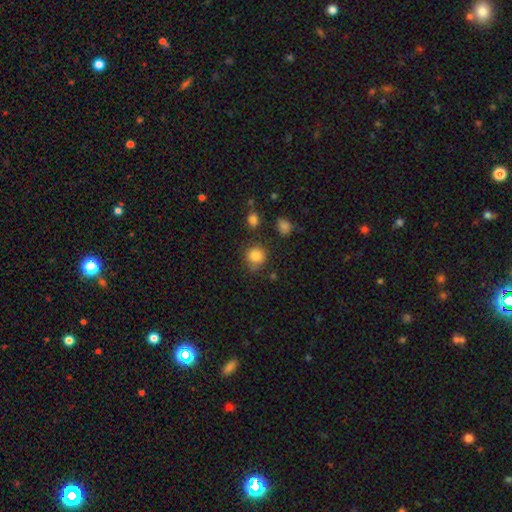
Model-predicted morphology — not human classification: Overall: smooth (84%). How rounded: round (87%). Merging: none (75%).